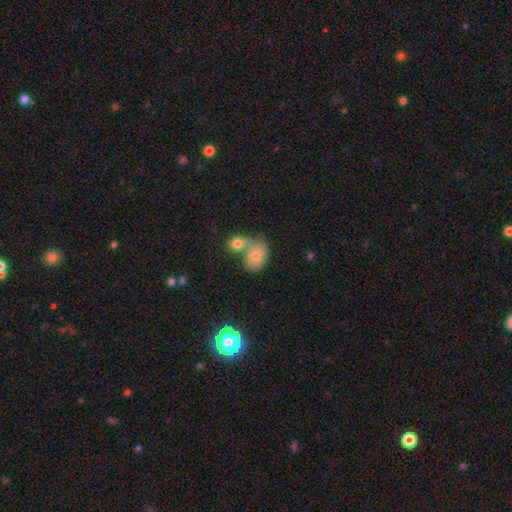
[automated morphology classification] A smooth galaxy with no disk features (74%) that is in between round and cigar-shaped (67%).

Vote fractions:
- Smooth or featured? smooth: 74% / featured or disk: 17% / star or artifact: 9%
- How rounded? in between: 67% / round: 32% / cigar-shaped: 1%
- Merging? merger: 57% / none: 28% / minor disturbance: 10% / major disturbance: 5%